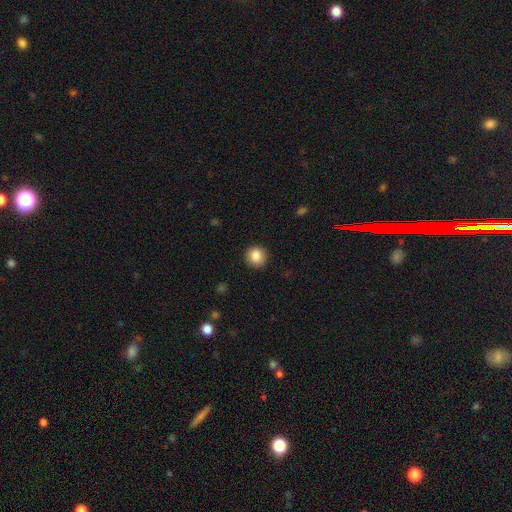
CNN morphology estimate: type=smooth (86%); roundness=round (91%); merging=none (89%).